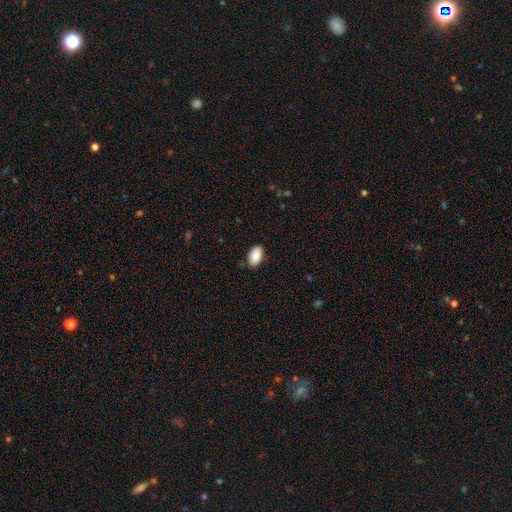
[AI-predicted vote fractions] Overall: smooth (85%). How rounded: in between (94%). Merging: none (86%).